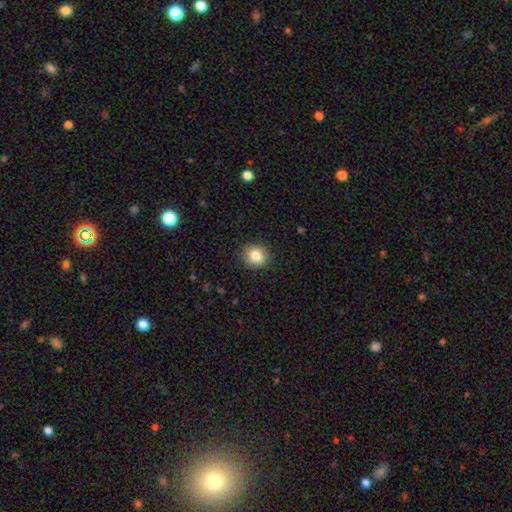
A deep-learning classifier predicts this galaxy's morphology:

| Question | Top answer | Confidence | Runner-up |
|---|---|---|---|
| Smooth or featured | smooth | 84% | star or artifact (10%) |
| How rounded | round | 85% | in between (14%) |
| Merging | none | 90% | minor disturbance (7%) |